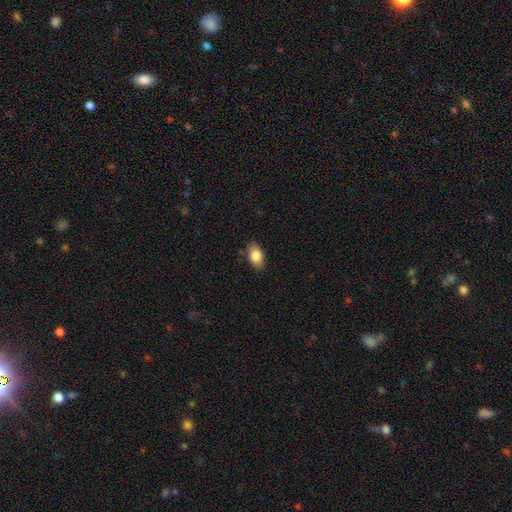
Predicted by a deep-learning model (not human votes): A smooth galaxy with no disk features (84%) that is in between round and cigar-shaped (91%).

Vote fractions:
- Smooth or featured? smooth: 84% / featured or disk: 9% / star or artifact: 7%
- How rounded? in between: 91% / round: 7% / cigar-shaped: 2%
- Merging? none: 85% / minor disturbance: 12% / major disturbance: 2% / merger: 1%